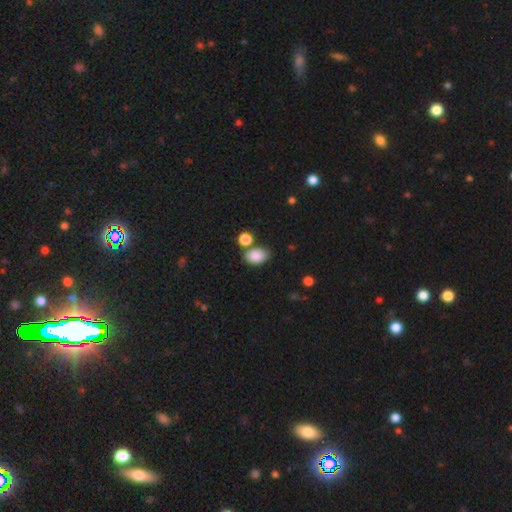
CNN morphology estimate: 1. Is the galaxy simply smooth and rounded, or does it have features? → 86% smooth, 8% star or artifact, 6% featured or disk.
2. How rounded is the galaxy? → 81% in between, 18% round, 1% cigar-shaped.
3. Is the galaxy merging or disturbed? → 64% none, 17% merger, 14% minor disturbance, 4% major disturbance.